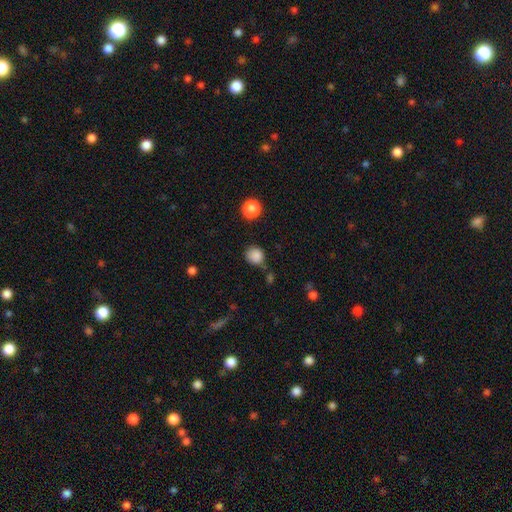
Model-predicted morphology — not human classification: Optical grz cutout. It shows a smooth galaxy with no disk features (85%) that is round (84%). Merging: none (72%).